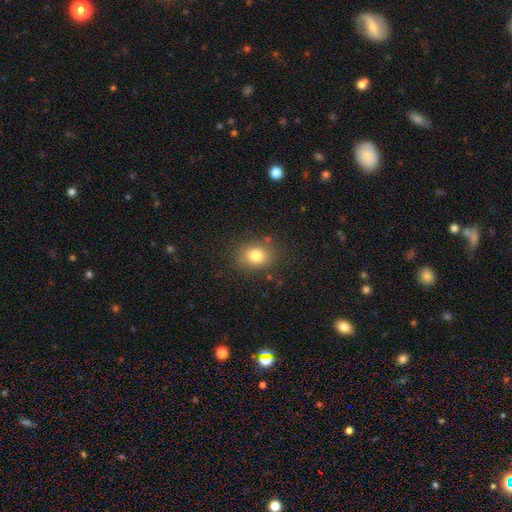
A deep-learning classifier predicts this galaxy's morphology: Smooth or featured? smooth (81%)
How rounded? in between (52%)
Merging? none (81%)